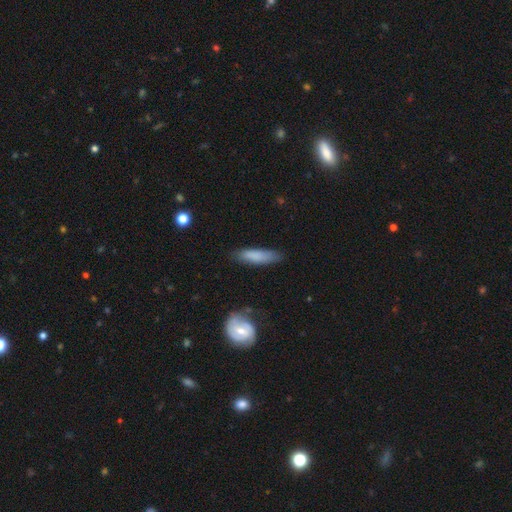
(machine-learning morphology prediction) Smooth or featured: smooth — 80% (featured or disk — 15%)
How rounded: cigar-shaped — 69% (in between — 29%)
Merging: none — 75% (minor disturbance — 18%)